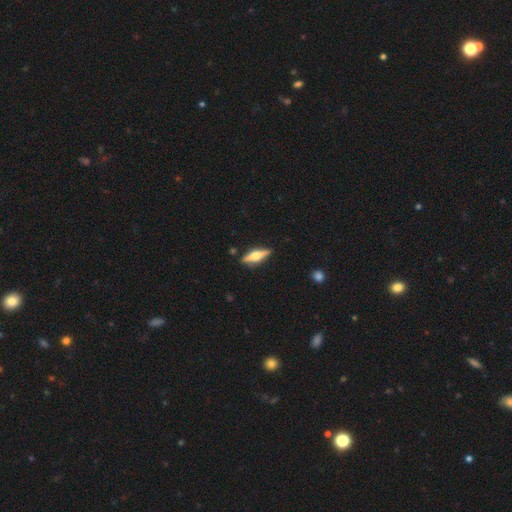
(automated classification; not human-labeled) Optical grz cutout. It shows a featured or disk galaxy (65%) viewed edge-on (96%) with a rounded central bulge (93%). Merging: none (88%).